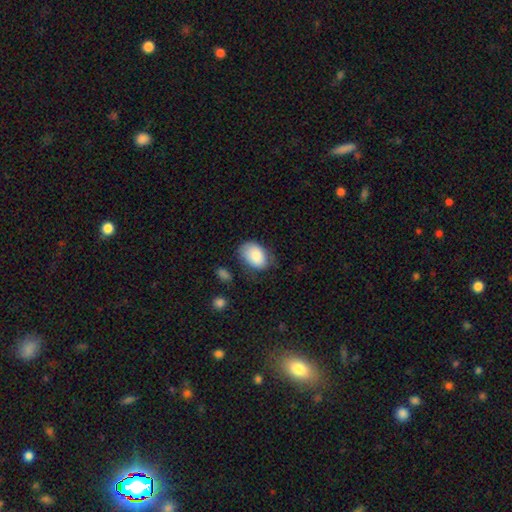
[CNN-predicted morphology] type=smooth (85%); roundness=in between (87%); merging=none (59%).